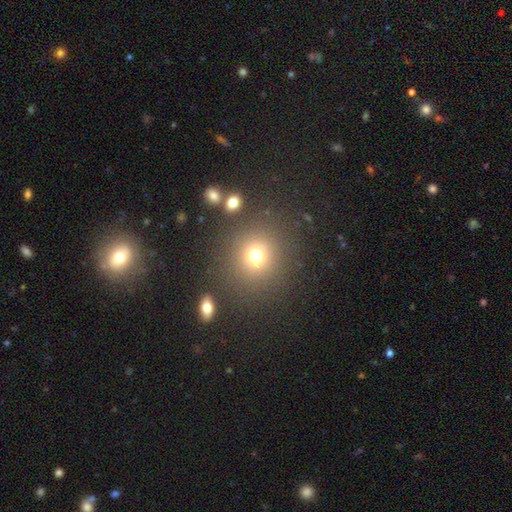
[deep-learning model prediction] A smooth galaxy with no disk features (72%) that is round (87%). Merging: none (83%).